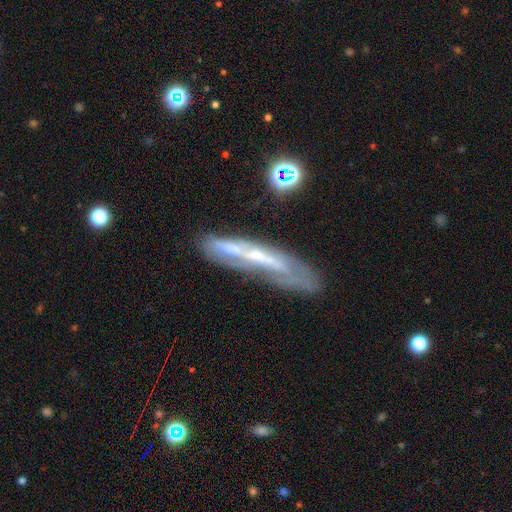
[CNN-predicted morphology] A featured or disk galaxy (65%) viewed edge-on (57%).

Vote fractions:
- Smooth or featured? featured or disk: 65% / smooth: 24% / star or artifact: 10%
- Edge-on disk? yes: 57% / no: 43%
- Merging? none: 51% / minor disturbance: 23% / major disturbance: 16% / merger: 9%